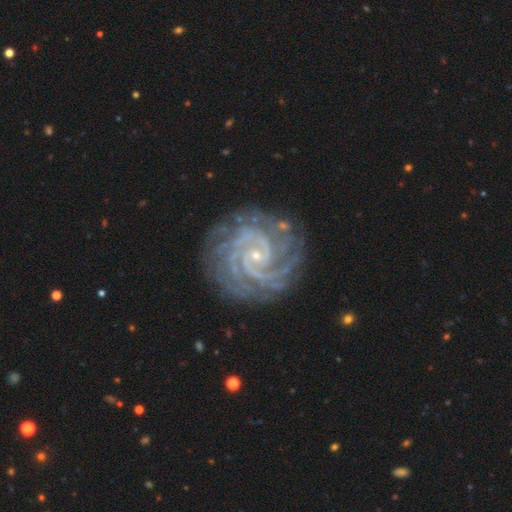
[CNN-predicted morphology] Smooth or featured: featured or disk — 93% (star or artifact — 5%)
Edge-on disk: no — 98% (yes — 2%)
Bar: no — 63% (weak — 25%)
Spiral arms: yes — 99% (no — 1%)
Spiral winding: tight — 80% (medium — 18%)
Spiral arm count: 2 — 28% (3 — 22%)
Bulge size: small — 86% (moderate — 10%)
Merging: none — 81% (minor disturbance — 14%)